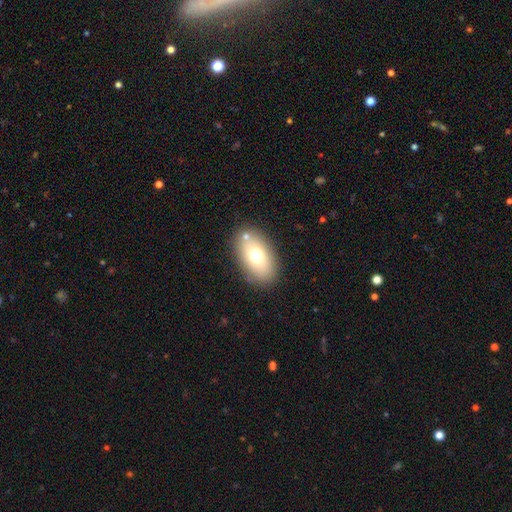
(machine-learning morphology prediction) smooth_or_featured: smooth (p=0.69) [alt: featured or disk p=0.22]
how_rounded: in between (p=0.89) [alt: round p=0.09]
merging: none (p=0.79) [alt: minor disturbance p=0.11]